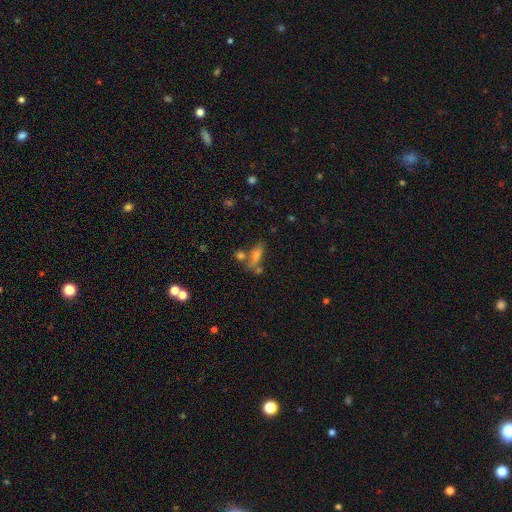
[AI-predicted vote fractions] A smooth galaxy with no disk features (68%) that is in between round and cigar-shaped (57%). Merging: none (50%).